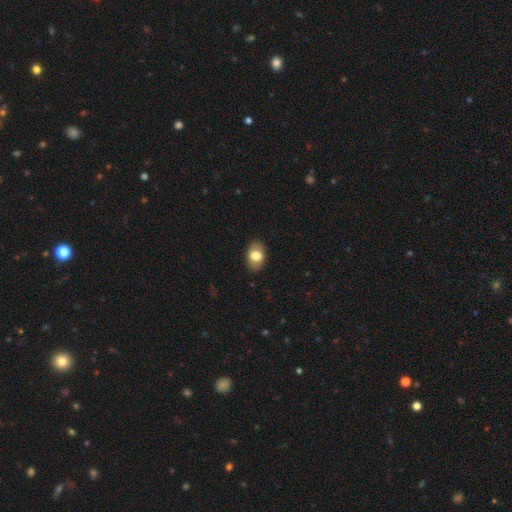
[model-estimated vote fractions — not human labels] Smooth or featured? smooth (76%)
How rounded? in between (85%)
Merging? none (87%)